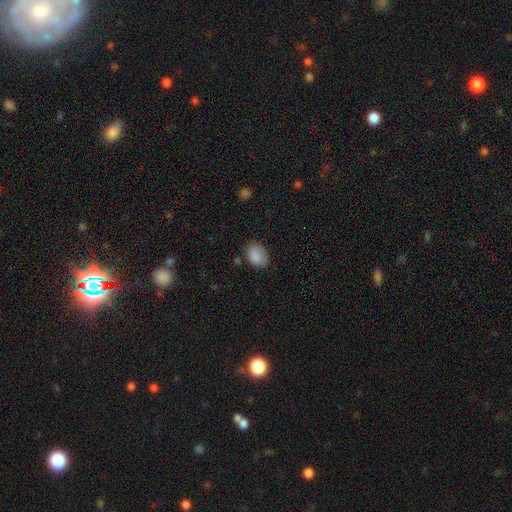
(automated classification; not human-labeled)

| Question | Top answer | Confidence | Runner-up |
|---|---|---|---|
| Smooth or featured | smooth | 86% | star or artifact (8%) |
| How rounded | in between | 82% | round (17%) |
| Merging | none | 72% | minor disturbance (21%) |